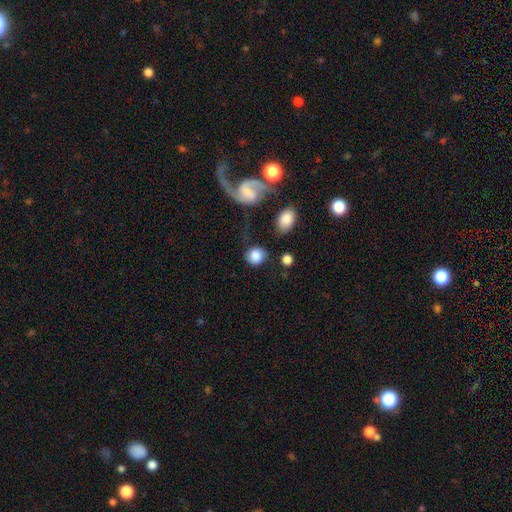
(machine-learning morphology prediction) smooth-or-featured: smooth: 81% | featured or disk: 11% | star or artifact: 7%
  how-rounded: round: 77% | in between: 21% | cigar-shaped: 1%
  merging: none: 69% | minor disturbance: 16% | major disturbance: 8% | merger: 8%